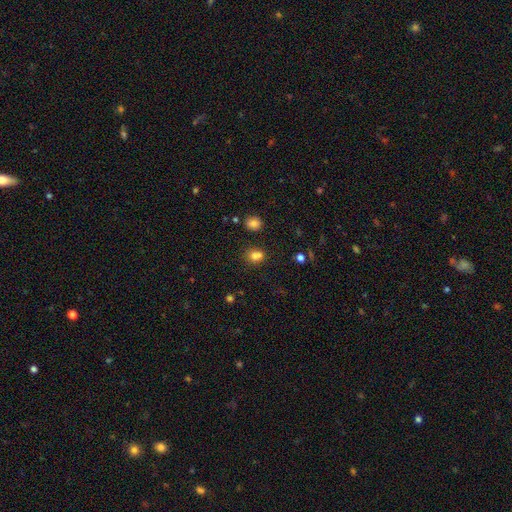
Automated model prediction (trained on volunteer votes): A smooth galaxy with no disk features (77%) that is round (58%).

Vote fractions:
- Smooth or featured? smooth: 77% / star or artifact: 16% / featured or disk: 8%
- How rounded? round: 58% / in between: 41% / cigar-shaped: 1%
- Merging? none: 56% / merger: 26% / minor disturbance: 13% / major disturbance: 5%